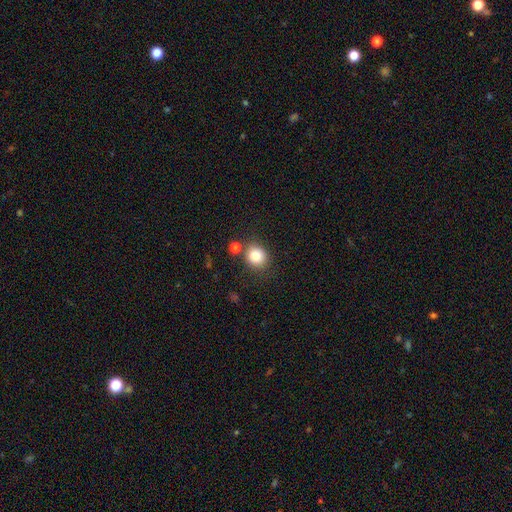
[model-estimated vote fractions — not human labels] Morphology: type=smooth (85%); roundness=round (78%); merging=none (76%).